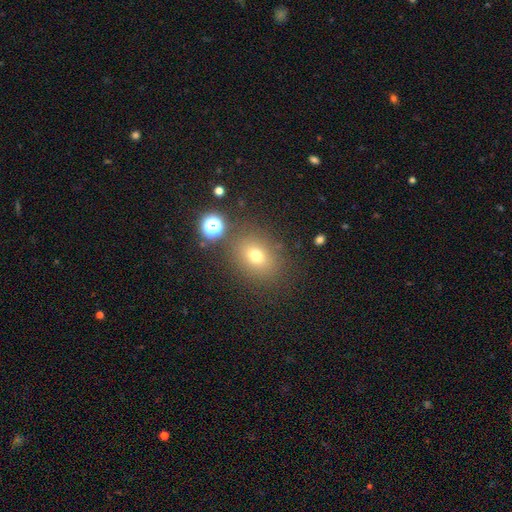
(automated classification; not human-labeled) Smooth or featured? smooth (71%)
How rounded? in between (50%)
Merging? none (80%)